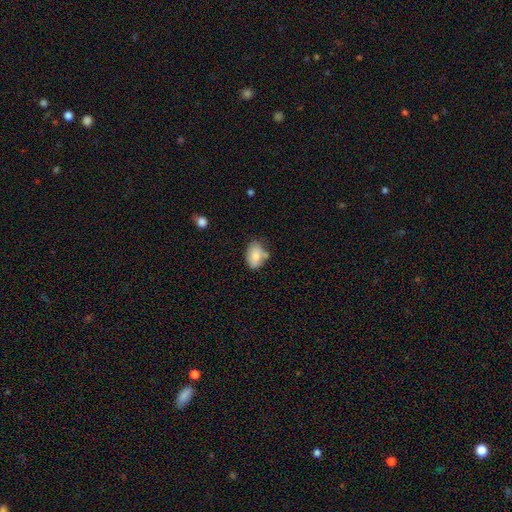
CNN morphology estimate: The model was most divided on "merging": none: 57%, minor disturbance: 25%, merger: 13%, major disturbance: 6%. More confident: how rounded — in between (86%); smooth or featured — smooth (78%).